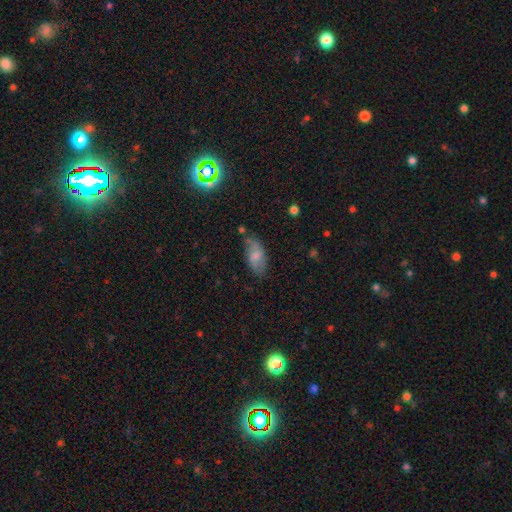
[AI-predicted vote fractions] Smooth or featured? Predicted: smooth (p=0.67). How rounded? Predicted: in between (p=0.90). Merging? Predicted: none (p=0.65).